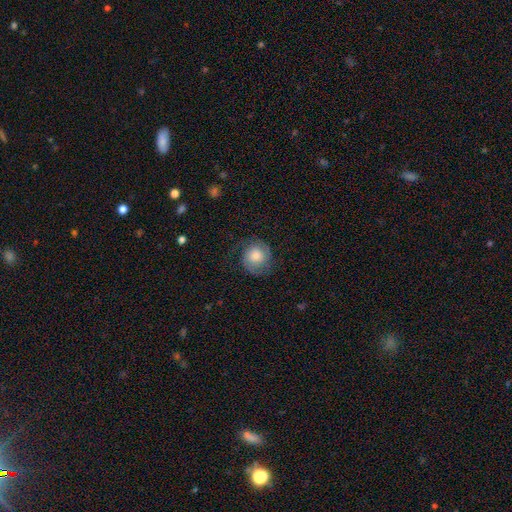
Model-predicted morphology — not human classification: featured or disk 59%, smooth 33%, star or artifact 8%. Down the decision tree: edge-on disk — no (98%); bar — no (76%); spiral arms — yes (91%); spiral arm count — 2 (82%); spiral winding — medium (41%); bulge size — moderate (51%); merging — none (73%).